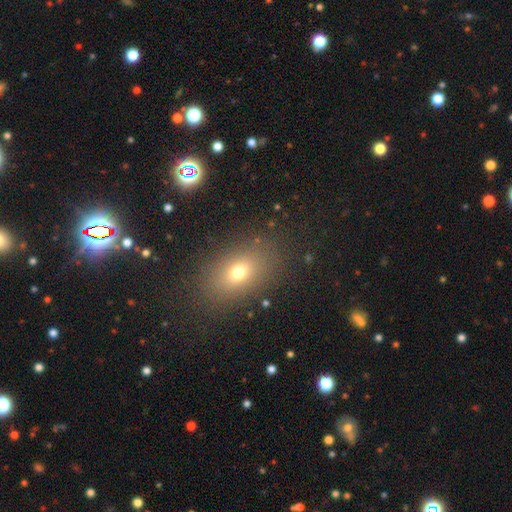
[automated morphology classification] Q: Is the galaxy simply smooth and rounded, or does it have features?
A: smooth — 57%.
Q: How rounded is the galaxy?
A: in between — 74%.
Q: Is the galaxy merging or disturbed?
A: none — 87%.